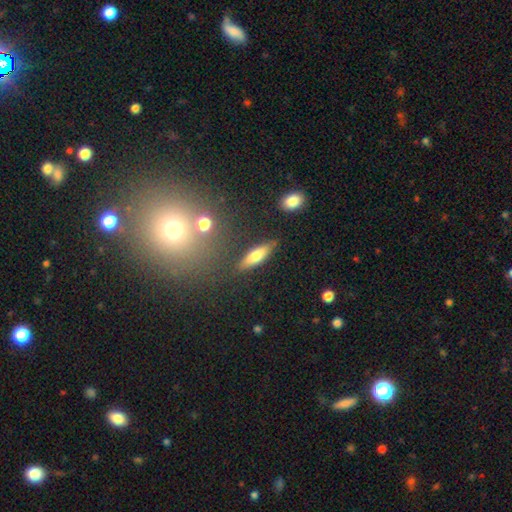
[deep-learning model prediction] Smooth or featured? Predicted: smooth (p=0.69). How rounded? Predicted: cigar-shaped (p=0.56). Merging? Predicted: none (p=0.81).